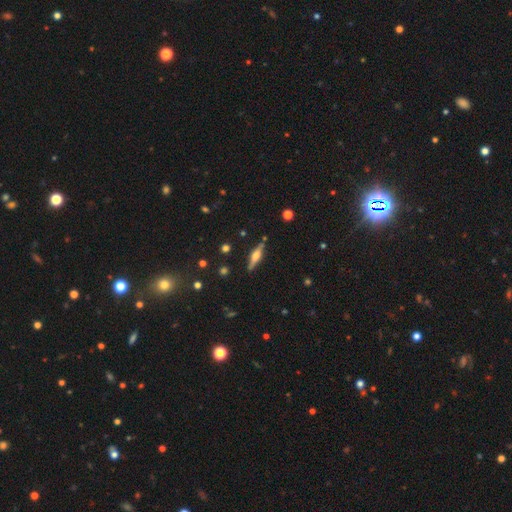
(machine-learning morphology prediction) Smooth or featured? Predicted: featured or disk (p=0.64). Edge-on disk? Predicted: yes (p=0.96). Edge-on bulge? Predicted: rounded (p=0.84). Merging? Predicted: none (p=0.84).